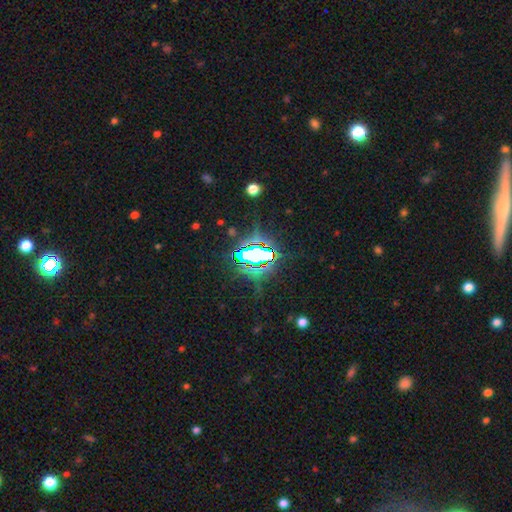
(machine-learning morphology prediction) Smooth or featured?
  - star or artifact: 72% *
  - smooth: 17%
  - featured or disk: 11%